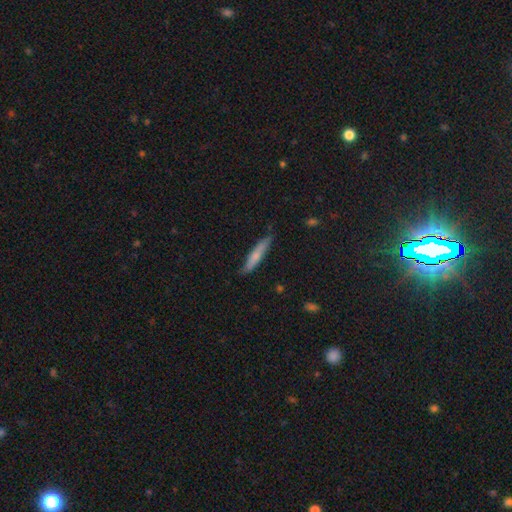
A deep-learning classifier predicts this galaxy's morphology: smooth_or_featured: smooth (p=0.67) [alt: featured or disk p=0.27]
how_rounded: cigar-shaped (p=0.91) [alt: in between p=0.07]
merging: none (p=0.81) [alt: minor disturbance p=0.15]